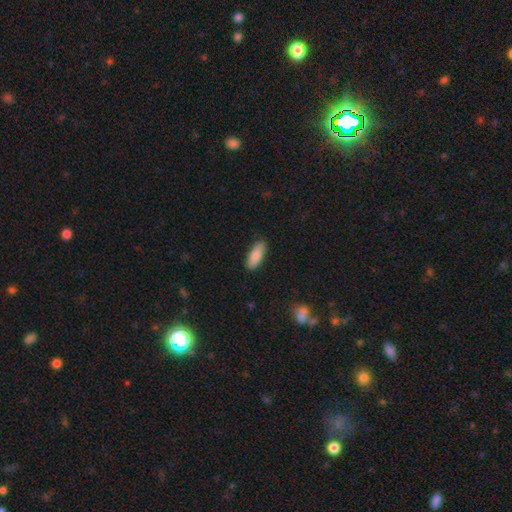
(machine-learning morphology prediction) Overall: smooth (85%). How rounded: in between (69%). Merging: none (87%).